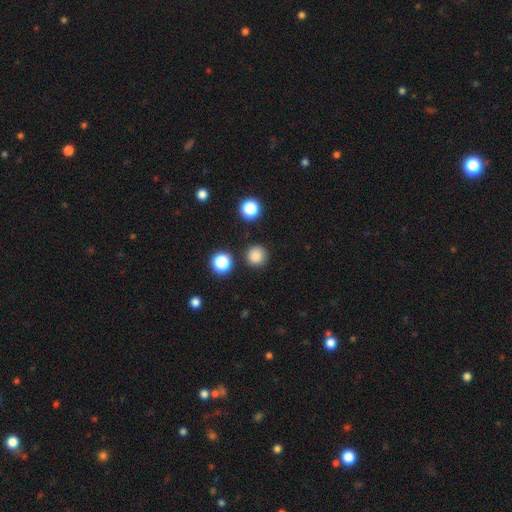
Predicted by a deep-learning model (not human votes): smooth 82%, star or artifact 14%, featured or disk 4%. Down the decision tree: how rounded — round (95%); merging — none (88%).